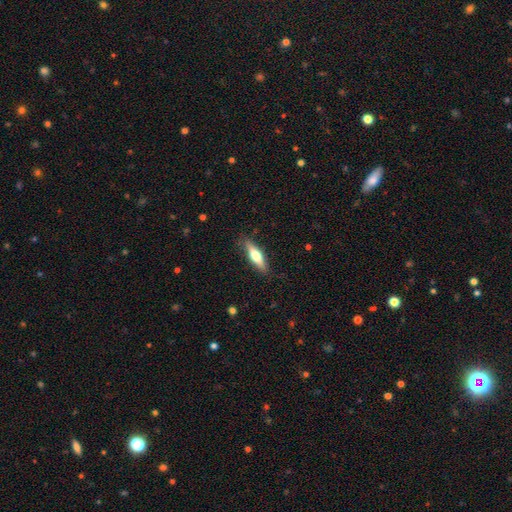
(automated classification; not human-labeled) Smooth or featured? Predicted: smooth (p=0.50). Merging? Predicted: none (p=0.86).